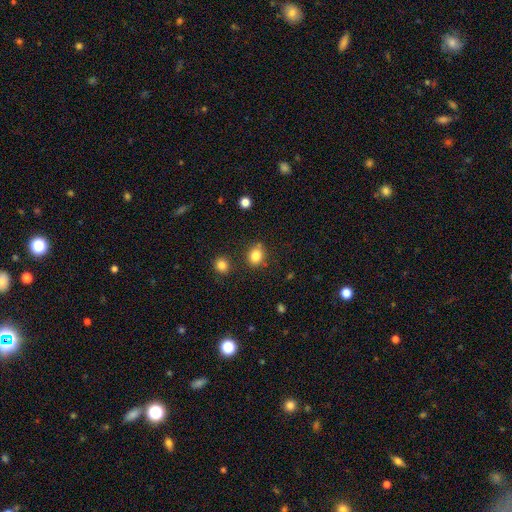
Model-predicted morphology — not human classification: smooth 84%, star or artifact 11%, featured or disk 6%. Down the decision tree: how rounded — round (63%); merging — none (78%).